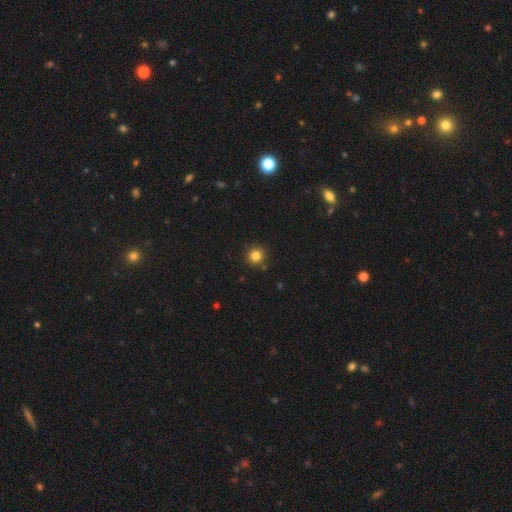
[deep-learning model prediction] smooth_or_featured: smooth (p=0.83) [alt: star or artifact p=0.12]
how_rounded: round (p=0.93) [alt: in between p=0.06]
merging: none (p=0.89) [alt: minor disturbance p=0.07]